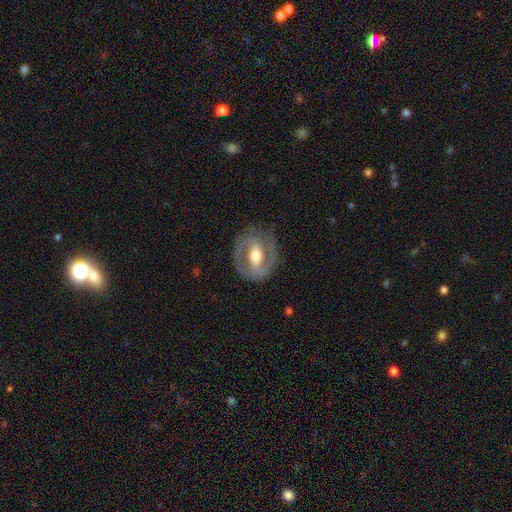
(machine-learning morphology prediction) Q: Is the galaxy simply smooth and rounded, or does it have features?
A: featured or disk — 79%.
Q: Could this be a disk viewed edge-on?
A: no — 96%.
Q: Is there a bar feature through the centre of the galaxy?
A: strong — 46%.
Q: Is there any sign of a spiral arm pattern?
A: yes — 78%.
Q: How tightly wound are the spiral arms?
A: medium — 45%.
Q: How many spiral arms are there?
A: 2 — 85%.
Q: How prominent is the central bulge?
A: moderate — 64%.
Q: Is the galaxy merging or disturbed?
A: none — 81%.